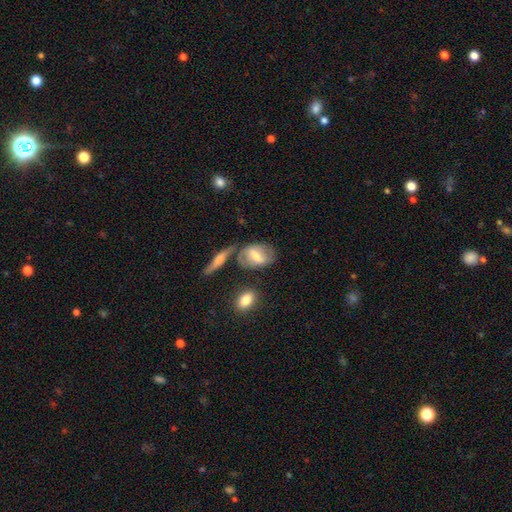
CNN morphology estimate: The model was most divided on "smooth or featured": smooth: 51%, featured or disk: 42%, star or artifact: 7%. More confident: how rounded — in between (80%); merging — none (56%).